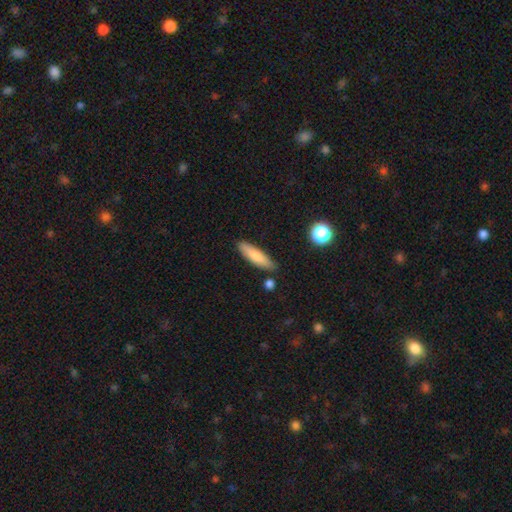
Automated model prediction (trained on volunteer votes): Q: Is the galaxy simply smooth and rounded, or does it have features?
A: smooth — 75%.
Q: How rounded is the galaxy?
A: cigar-shaped — 68%.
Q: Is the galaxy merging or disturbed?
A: none — 83%.